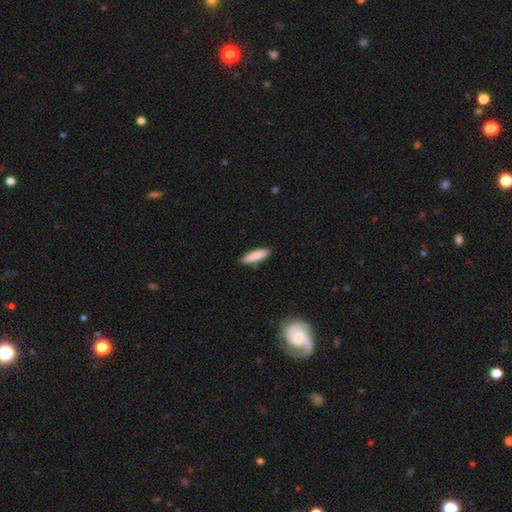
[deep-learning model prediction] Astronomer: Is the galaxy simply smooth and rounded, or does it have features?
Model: smooth — 87%.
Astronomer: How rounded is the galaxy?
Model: cigar-shaped — 66%.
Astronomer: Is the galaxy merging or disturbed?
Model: none — 87%.